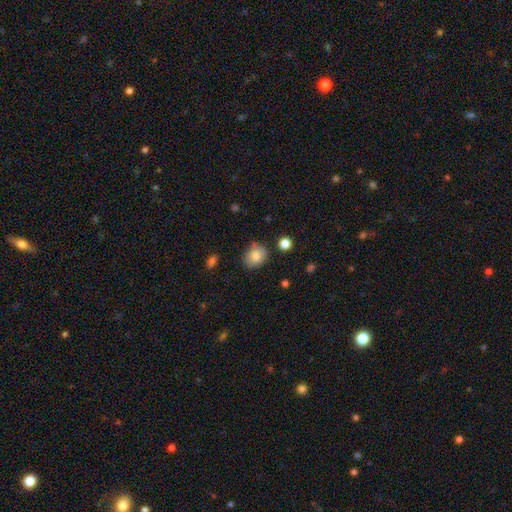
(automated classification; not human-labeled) This appears to be a smooth galaxy with no disk features (79%) that is round (59%). Merging: none (76%).